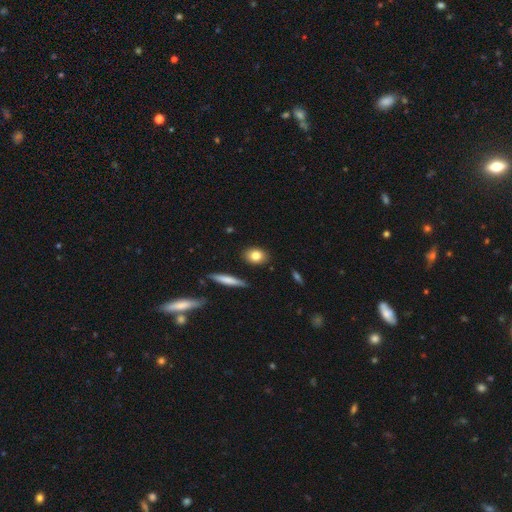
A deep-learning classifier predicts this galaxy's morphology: A smooth galaxy with no disk features (81%) that is in between round and cigar-shaped (67%).

Vote fractions:
- Smooth or featured? smooth: 81% / featured or disk: 12% / star or artifact: 8%
- How rounded? in between: 67% / round: 28% / cigar-shaped: 5%
- Merging? none: 87% / minor disturbance: 9% / merger: 2% / major disturbance: 2%